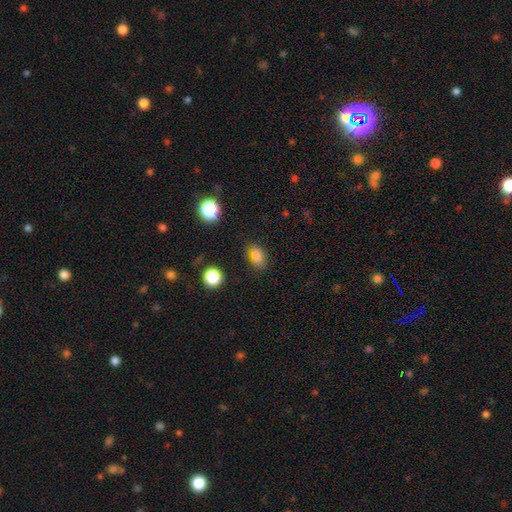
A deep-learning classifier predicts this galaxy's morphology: The model was most divided on "merging": none: 77%, minor disturbance: 15%, major disturbance: 4%, merger: 3%. More confident: how rounded — in between (82%); smooth or featured — smooth (79%).